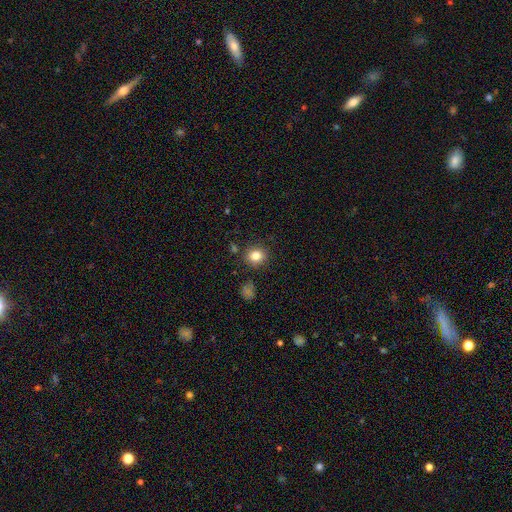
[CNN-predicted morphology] This appears to be a smooth galaxy with no disk features (81%) that is round (83%). Merging: none (85%).